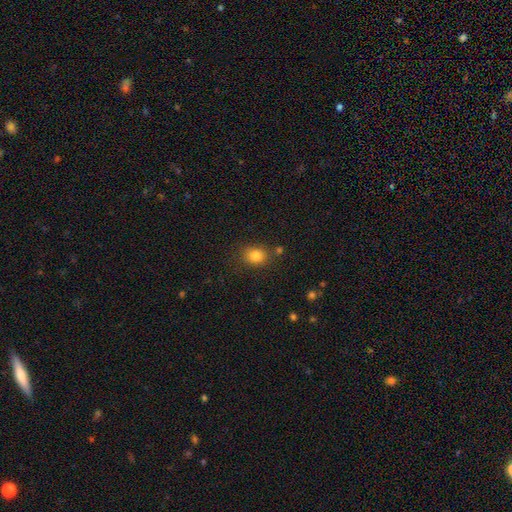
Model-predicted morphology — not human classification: Smooth or featured?
  - smooth: 83% *
  - star or artifact: 11%
  - featured or disk: 6%
How rounded?
  - round: 58% *
  - in between: 41%
  - cigar-shaped: 1%
Merging?
  - none: 79% *
  - minor disturbance: 12%
  - merger: 5%
  - major disturbance: 4%